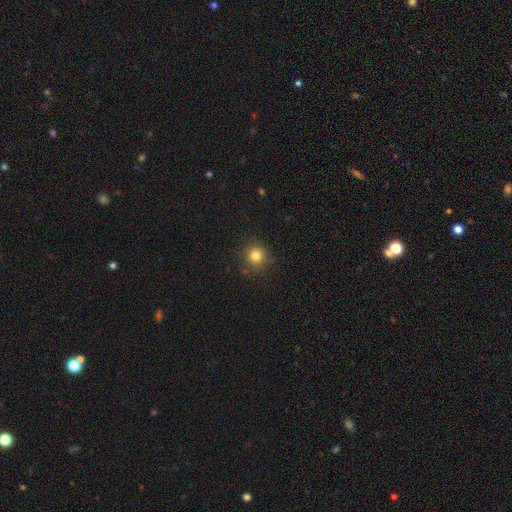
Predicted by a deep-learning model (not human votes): Q: Smooth or featured?
A: smooth (81%); runner-up: star or artifact (13%)
Q: How rounded?
A: round (92%); runner-up: in between (7%)
Q: Merging?
A: none (88%); runner-up: minor disturbance (8%)